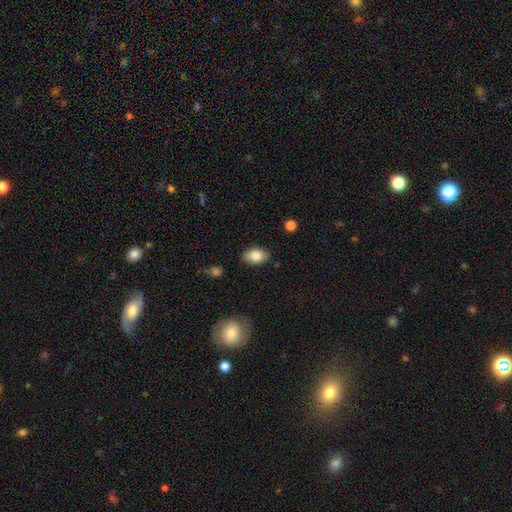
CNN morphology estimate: This is clearly a smooth galaxy (82%). How rounded: clearly in between (87%). Merging: clearly none (85%).